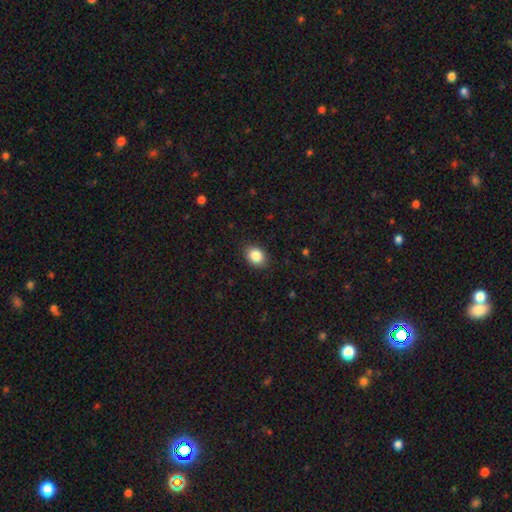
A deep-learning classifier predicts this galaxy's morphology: Q: Smooth or featured?
A: smooth (86%); runner-up: star or artifact (9%)
Q: How rounded?
A: in between (63%); runner-up: round (36%)
Q: Merging?
A: none (88%); runner-up: minor disturbance (9%)